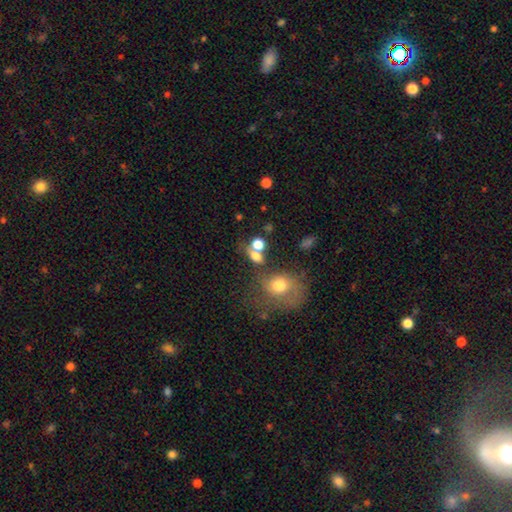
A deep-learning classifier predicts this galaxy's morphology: Smooth or featured? smooth (73%)
How rounded? in between (52%)
Merging? none (41%)